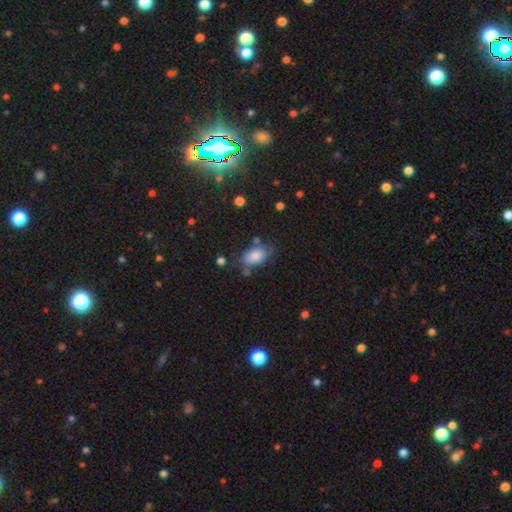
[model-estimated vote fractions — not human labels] smooth 84%, featured or disk 8%, star or artifact 8%. Down the decision tree: how rounded — in between (90%); merging — none (61%).